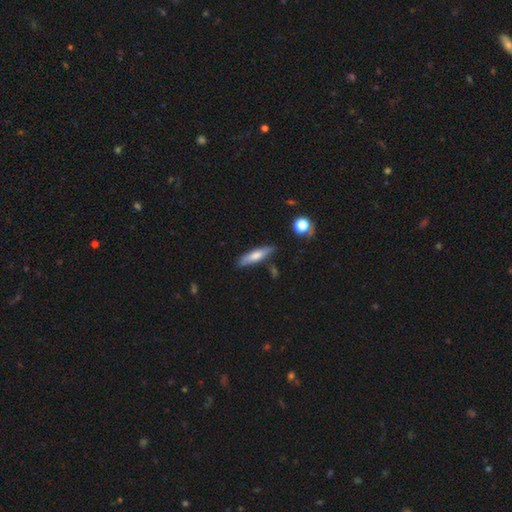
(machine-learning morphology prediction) This appears to be a smooth galaxy with no disk features (65%) that is cigar-shaped (74%). Merging: none (81%).